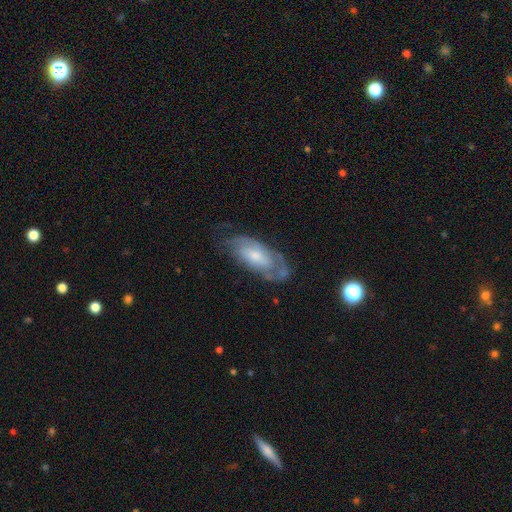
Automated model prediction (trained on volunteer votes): Overall: featured or disk (63%; smooth 30%). Edge-on disk: no (88%). Bar: no (64%; weak 30%). Spiral arms: yes (79%). Bulge size: moderate (44%; small 39%). Merging: none (57%; minor disturbance 26%).